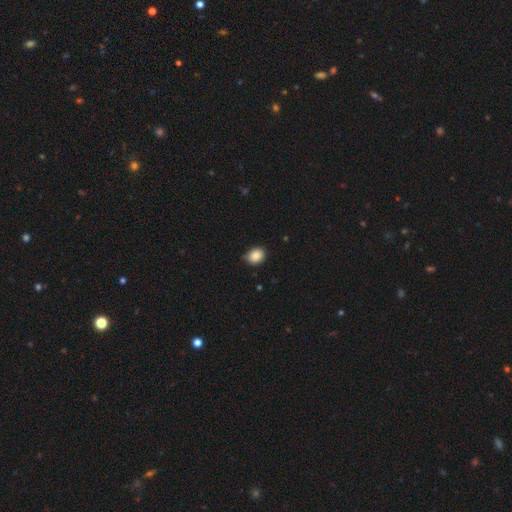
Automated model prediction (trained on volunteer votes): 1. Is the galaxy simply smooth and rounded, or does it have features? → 87% smooth, 9% star or artifact, 4% featured or disk.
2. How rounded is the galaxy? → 55% round, 44% in between, 1% cigar-shaped.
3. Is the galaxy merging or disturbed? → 73% none, 23% minor disturbance, 3% major disturbance, 1% merger.